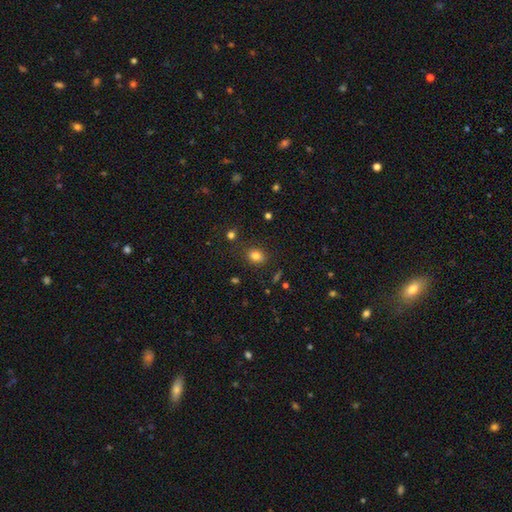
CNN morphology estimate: smooth-or-featured: smooth: 80% | star or artifact: 13% | featured or disk: 6%
  how-rounded: round: 50% | in between: 49% | cigar-shaped: 1%
  merging: none: 82% | minor disturbance: 11% | major disturbance: 3% | merger: 3%